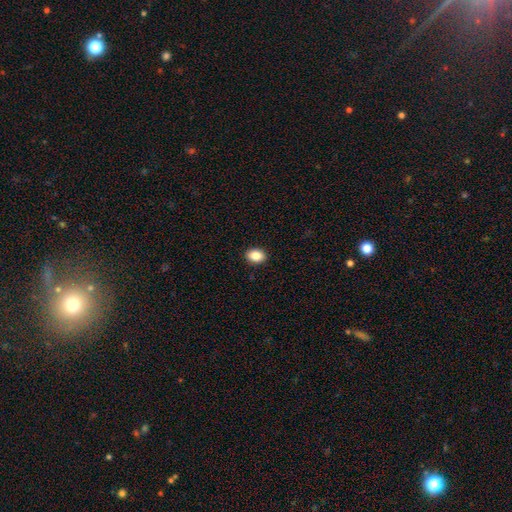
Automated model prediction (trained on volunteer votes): Smooth or featured? smooth (87%)
How rounded? in between (75%)
Merging? none (91%)